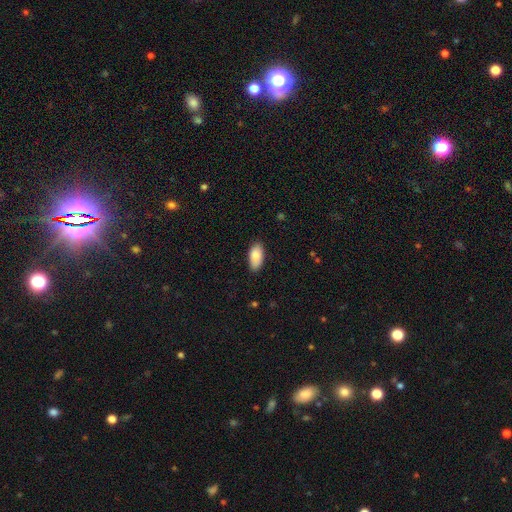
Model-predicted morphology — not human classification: This appears to be a smooth galaxy with no disk features (86%) that is in between round and cigar-shaped (93%). Merging: none (84%).